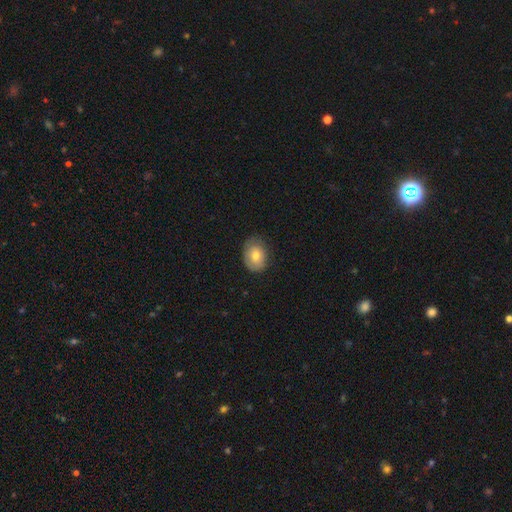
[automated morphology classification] This is likely a smooth galaxy (71%). How rounded: likely in between (64%). Merging: likely none (72%).